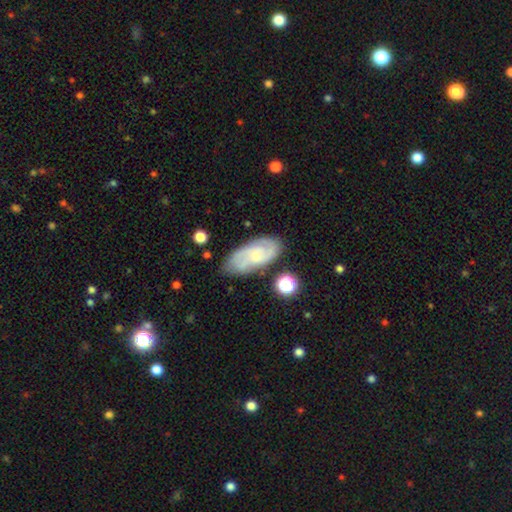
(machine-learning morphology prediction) type=featured or disk (69%); edge-on=no (94%); bar=no (62%); spiral arms=yes (92%); winding=tight (45%); arm count=2 (47%); bulge=small (69%); merging=none (75%).